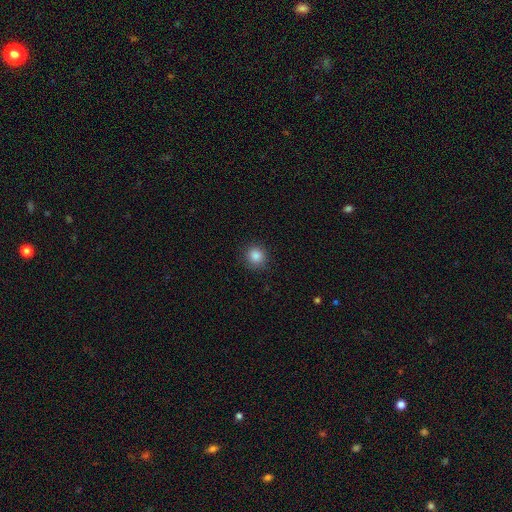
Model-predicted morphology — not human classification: Smooth or featured? Predicted: smooth (p=0.85). How rounded? Predicted: round (p=0.92). Merging? Predicted: none (p=0.89).